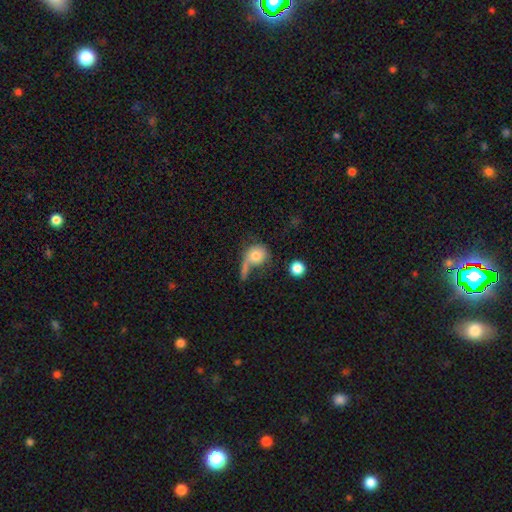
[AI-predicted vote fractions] A smooth galaxy with no disk features (72%) that is round (77%). Merging: major disturbance (30%).